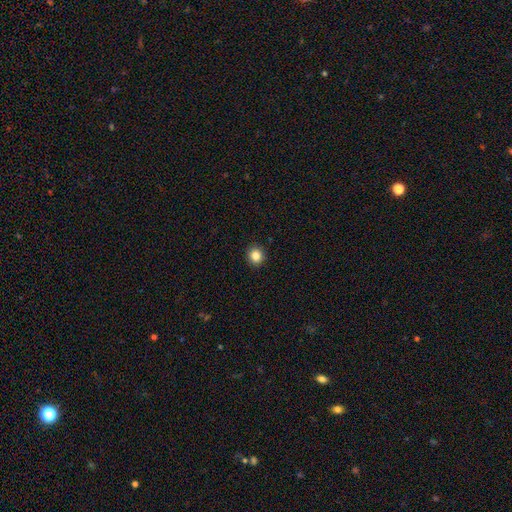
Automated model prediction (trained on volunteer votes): Smooth or featured?
  - smooth: 85% *
  - star or artifact: 10%
  - featured or disk: 4%
How rounded?
  - round: 87% *
  - in between: 12%
  - cigar-shaped: 1%
Merging?
  - none: 91% *
  - minor disturbance: 6%
  - major disturbance: 2%
  - merger: 1%